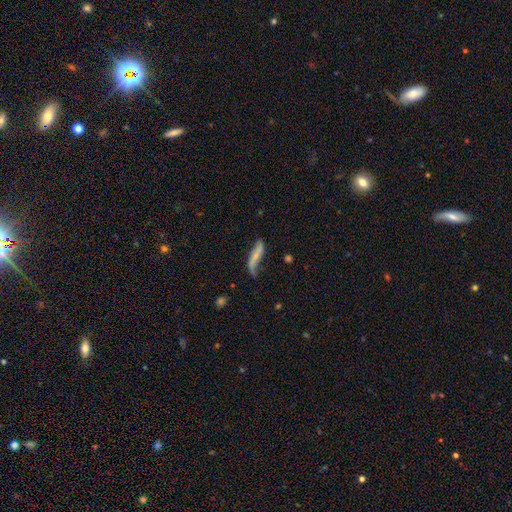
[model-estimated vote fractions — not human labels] Smooth or featured?
  - featured or disk: 50% *
  - smooth: 44%
  - star or artifact: 7%
Merging?
  - none: 45% *
  - minor disturbance: 33%
  - major disturbance: 17%
  - merger: 4%